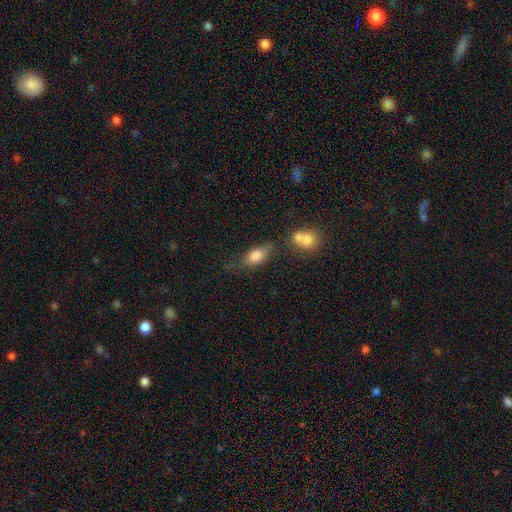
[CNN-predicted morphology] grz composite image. It shows a smooth galaxy with no disk features (62%) that is in between round and cigar-shaped (74%). Merging: none (49%).